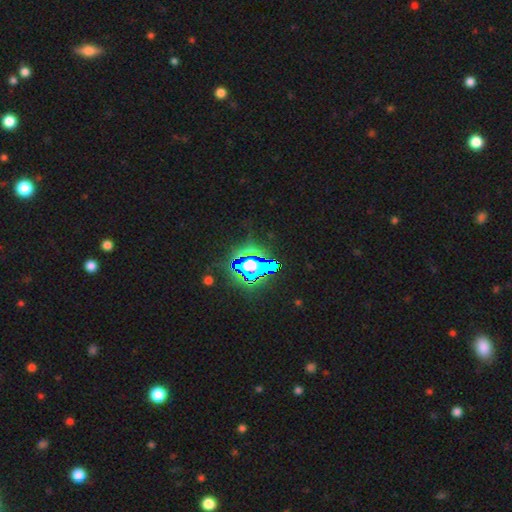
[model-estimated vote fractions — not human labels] Overall: star or artifact (75%).